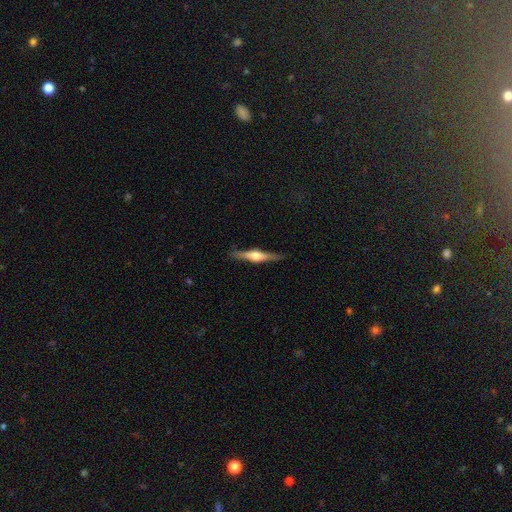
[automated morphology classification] Smooth or featured? Predicted: featured or disk (p=0.73). Edge-on disk? Predicted: yes (p=0.98). Edge-on bulge? Predicted: rounded (p=0.93). Merging? Predicted: none (p=0.88).